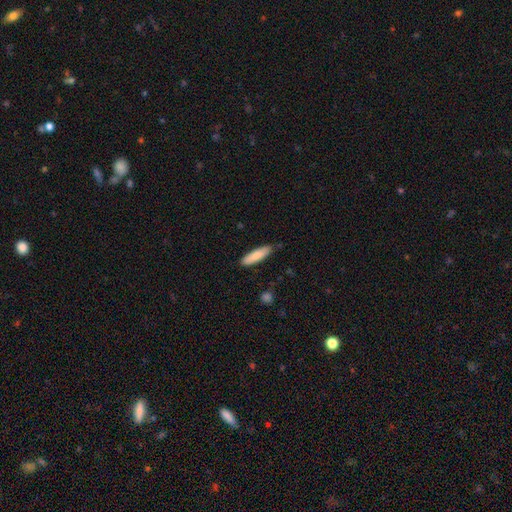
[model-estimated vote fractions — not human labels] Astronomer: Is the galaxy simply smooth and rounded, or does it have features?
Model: smooth — 84%.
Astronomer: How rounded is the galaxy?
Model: cigar-shaped — 65%.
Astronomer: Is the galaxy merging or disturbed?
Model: none — 82%.